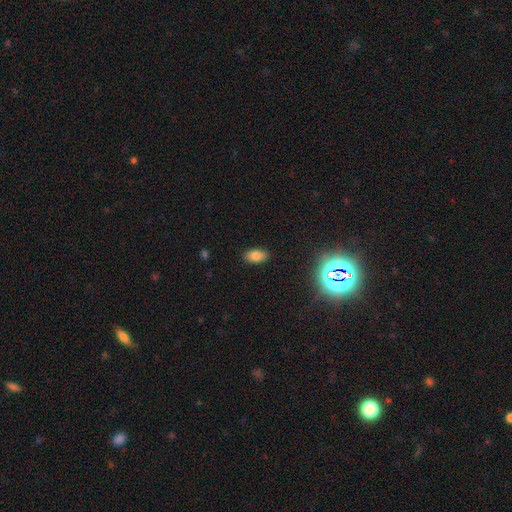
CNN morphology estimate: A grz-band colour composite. It shows a smooth galaxy with no disk features (80%) that is in between round and cigar-shaped (92%). Merging: none (88%).